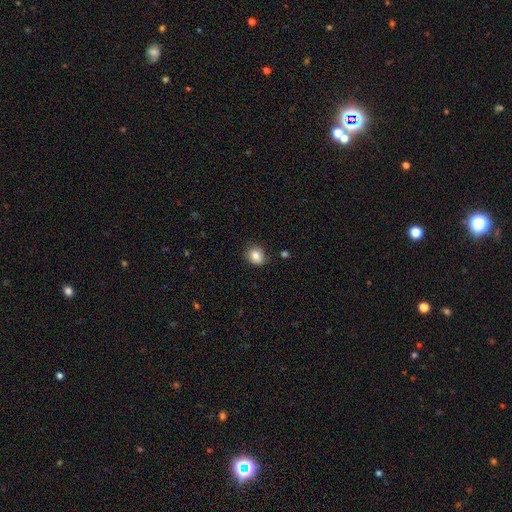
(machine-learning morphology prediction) A smooth galaxy with no disk features (83%) that is round (69%). Merging: none (80%).